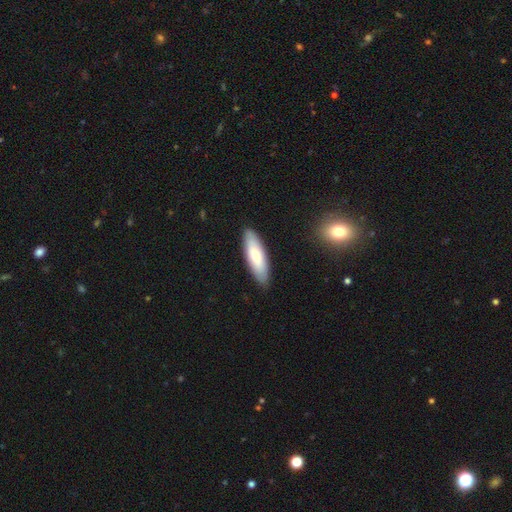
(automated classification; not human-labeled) Smooth or featured? Predicted: smooth (p=0.71). How rounded? Predicted: in between (p=0.53). Merging? Predicted: none (p=0.87).